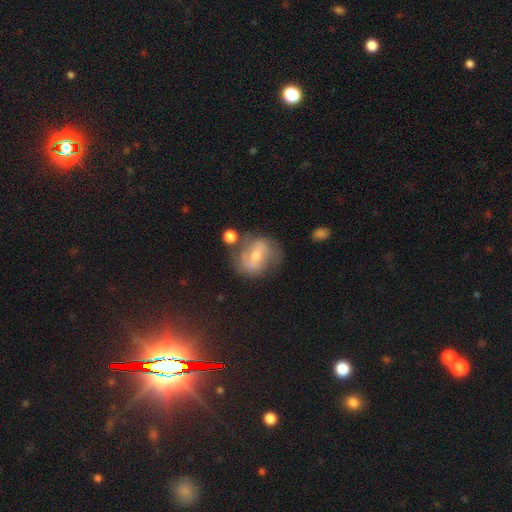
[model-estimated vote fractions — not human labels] Smooth or featured? featured or disk (59%)
Edge-on disk? no (95%)
Bar? weak (41%)
Spiral arms? yes (68%)
Bulge size? moderate (51%)
Merging? none (56%)